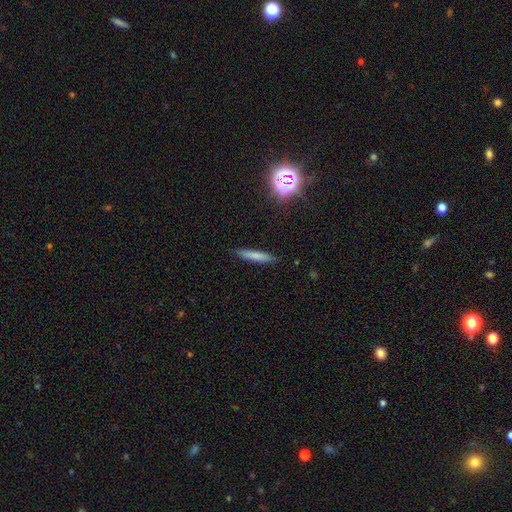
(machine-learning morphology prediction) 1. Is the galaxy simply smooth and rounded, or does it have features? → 76% smooth, 14% featured or disk, 10% star or artifact.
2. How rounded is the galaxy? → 88% cigar-shaped, 11% in between, 2% round.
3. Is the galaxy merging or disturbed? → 88% none, 8% minor disturbance, 2% major disturbance, 1% merger.